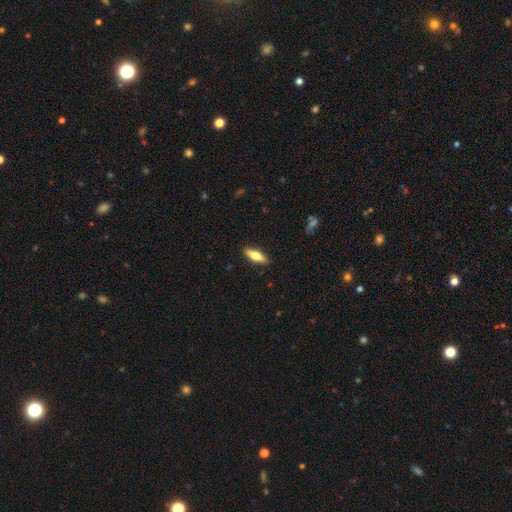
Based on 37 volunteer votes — This appears to be a smooth galaxy with no disk features (65%) that is cigar-shaped (54%). Merging: none (94%).